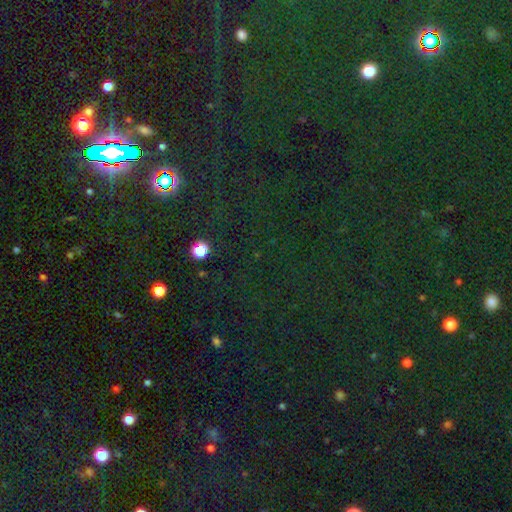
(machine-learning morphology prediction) smooth_or_featured: star or artifact (p=0.82) [alt: smooth p=0.11]